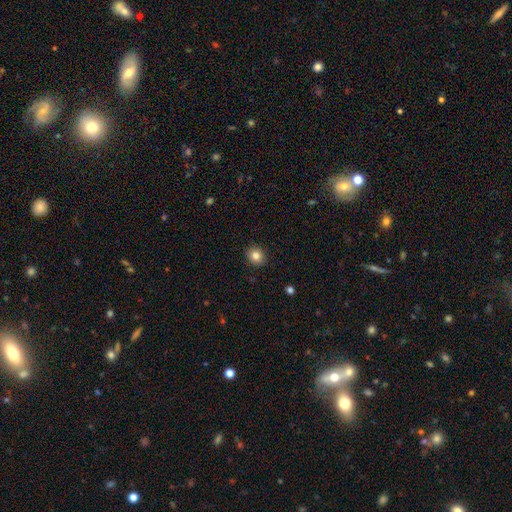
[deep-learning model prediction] Smooth or featured? smooth (83%)
How rounded? round (80%)
Merging? none (91%)